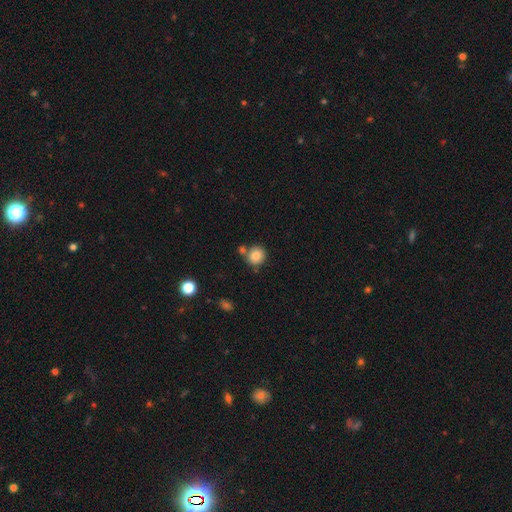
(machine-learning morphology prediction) Smooth or featured? Predicted: smooth (p=0.83). How rounded? Predicted: round (p=0.88). Merging? Predicted: none (p=0.64).